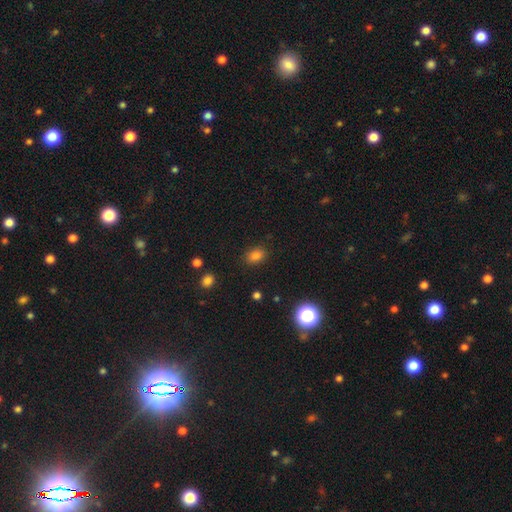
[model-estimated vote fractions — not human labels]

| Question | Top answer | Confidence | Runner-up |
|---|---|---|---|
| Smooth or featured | smooth | 81% | star or artifact (14%) |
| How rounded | in between | 69% | round (29%) |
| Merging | none | 86% | minor disturbance (10%) |